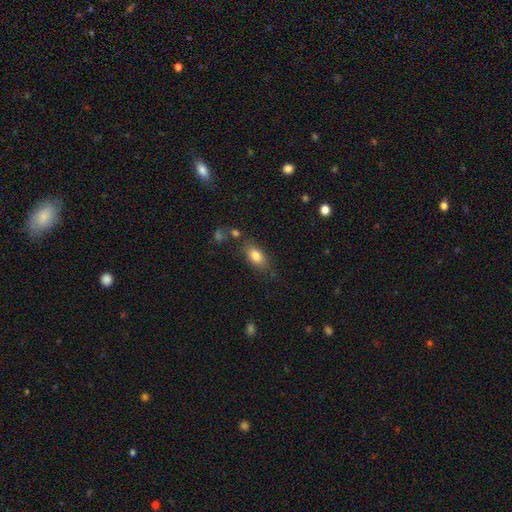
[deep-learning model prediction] smooth_or_featured: smooth (p=0.81) [alt: featured or disk p=0.11]
how_rounded: in between (p=0.88) [alt: cigar-shaped p=0.07]
merging: none (p=0.75) [alt: minor disturbance p=0.16]